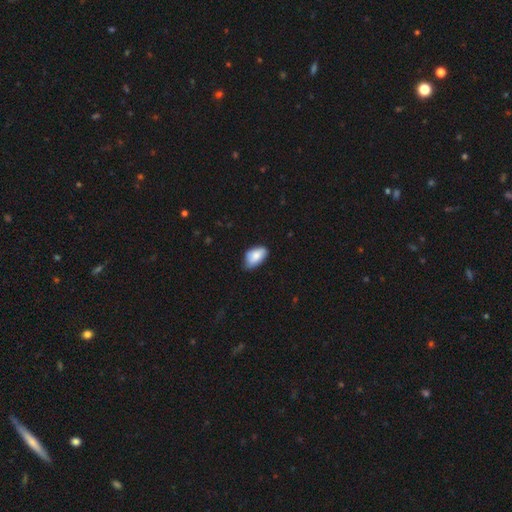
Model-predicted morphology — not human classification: Smooth or featured? smooth (83%)
How rounded? in between (93%)
Merging? none (66%)